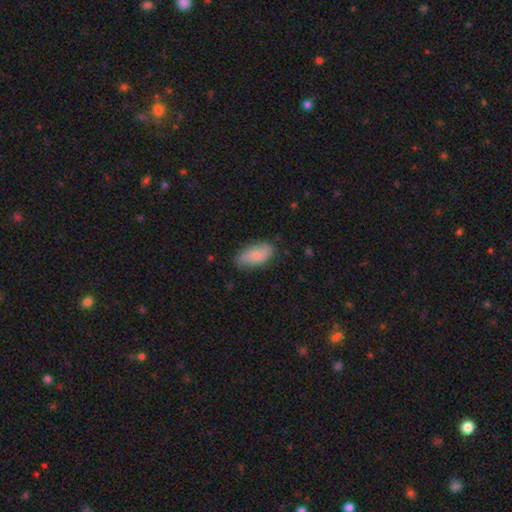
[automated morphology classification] Smooth or featured? smooth (67%)
How rounded? in between (92%)
Merging? none (73%)